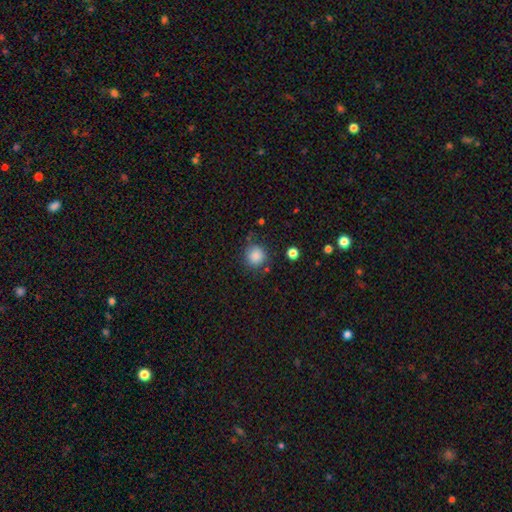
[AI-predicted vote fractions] Smooth or featured? Predicted: smooth (p=0.86). How rounded? Predicted: round (p=0.90). Merging? Predicted: none (p=0.79).